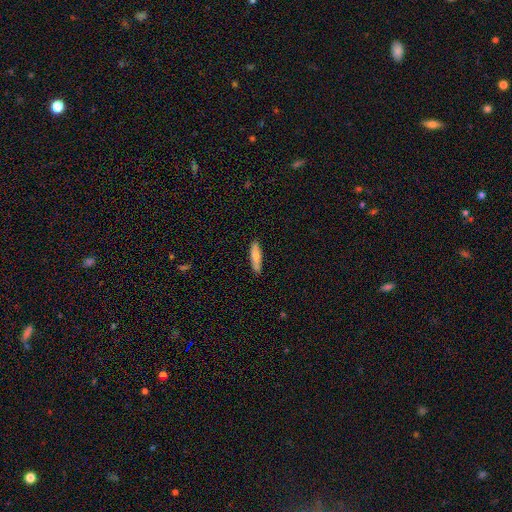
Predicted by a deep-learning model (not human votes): Smooth or featured?
  - smooth: 80% *
  - featured or disk: 14%
  - star or artifact: 6%
How rounded?
  - cigar-shaped: 68% *
  - in between: 30%
  - round: 2%
Merging?
  - none: 87% *
  - minor disturbance: 10%
  - major disturbance: 2%
  - merger: 1%